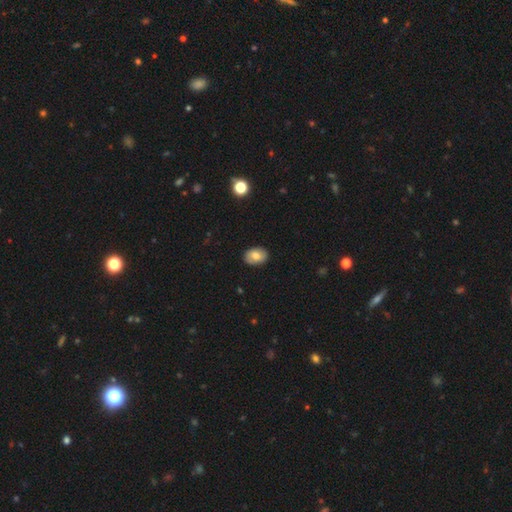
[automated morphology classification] smooth_or_featured: smooth (p=0.78) [alt: featured or disk p=0.15]
how_rounded: in between (p=0.83) [alt: round p=0.16]
merging: none (p=0.88) [alt: minor disturbance p=0.10]